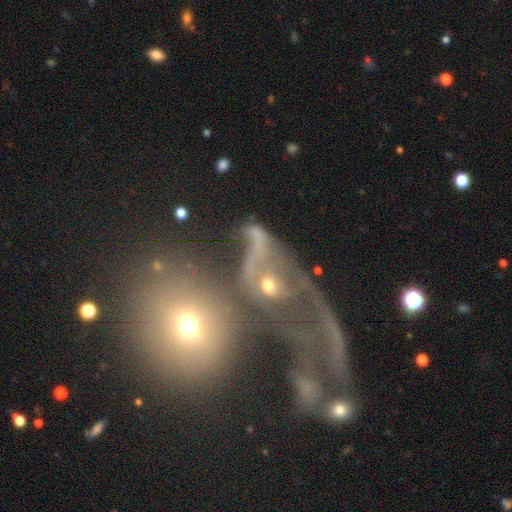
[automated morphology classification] This appears to be a featured or disk galaxy (51%). Merging: merger (57%).